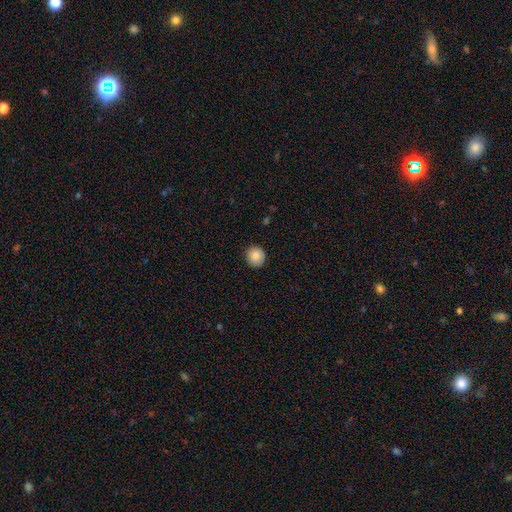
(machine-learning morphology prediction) The model was most divided on "how rounded": round: 89%, in between: 11%, cigar-shaped: 1%. More confident: merging — none (90%); smooth or featured — smooth (87%).